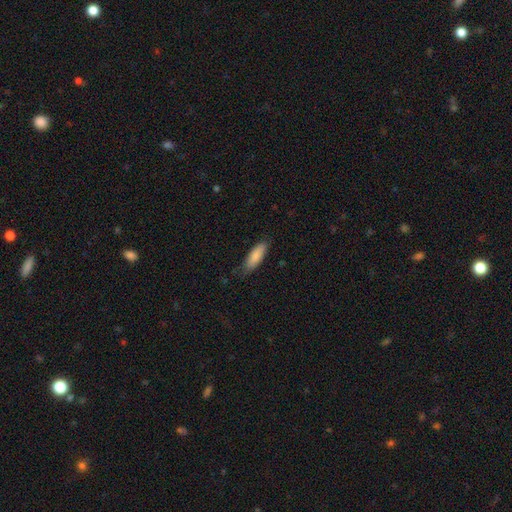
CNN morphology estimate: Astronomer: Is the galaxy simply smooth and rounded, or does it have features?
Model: smooth — 84%.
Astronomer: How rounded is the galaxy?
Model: in between — 58% (runner-up: cigar-shaped, 41%).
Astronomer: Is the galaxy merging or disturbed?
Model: none — 74%.